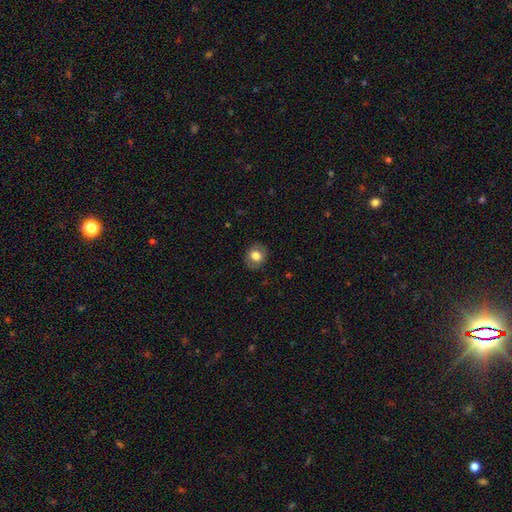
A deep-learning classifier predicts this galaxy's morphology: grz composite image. It shows a smooth galaxy with no disk features (76%) that is round (64%). Merging: none (85%).